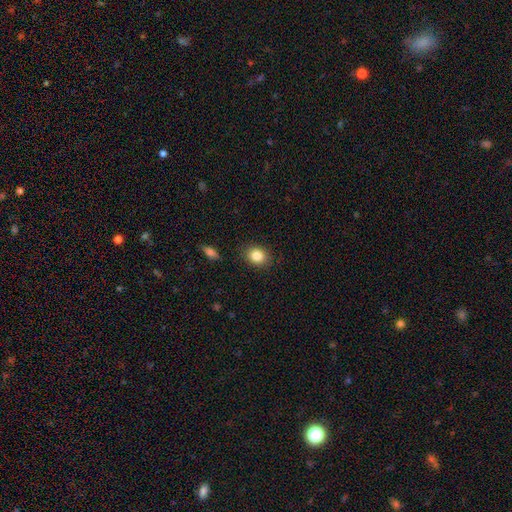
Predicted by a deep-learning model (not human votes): This is clearly a smooth galaxy (85%). How rounded: possibly round (50%). Merging: clearly none (86%).